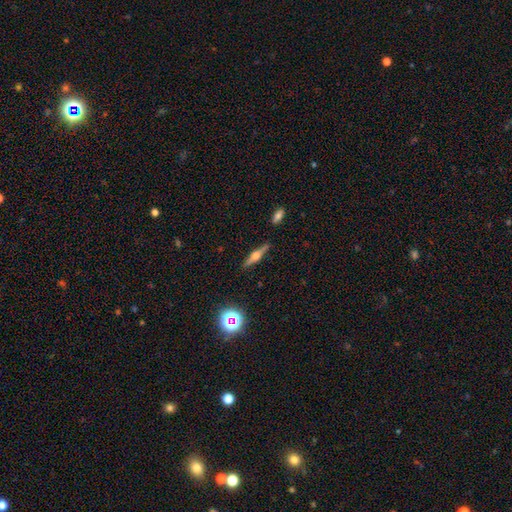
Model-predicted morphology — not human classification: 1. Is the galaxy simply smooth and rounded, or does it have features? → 69% featured or disk, 22% smooth, 8% star or artifact.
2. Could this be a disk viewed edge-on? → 97% yes, 3% no.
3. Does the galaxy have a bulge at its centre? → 92% rounded, 6% boxy, 2% none.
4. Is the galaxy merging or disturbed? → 88% none, 8% minor disturbance, 2% merger, 2% major disturbance.